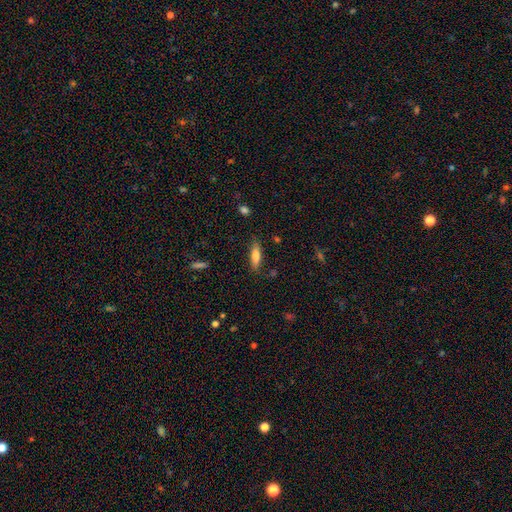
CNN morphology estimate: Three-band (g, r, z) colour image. It shows a smooth galaxy with no disk features (76%) that is cigar-shaped (59%). Merging: none (82%).